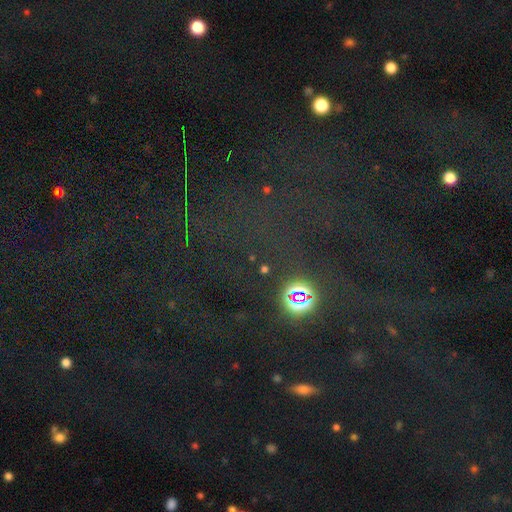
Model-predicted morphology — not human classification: Smooth or featured?
  - star or artifact: 72% *
  - smooth: 19%
  - featured or disk: 9%